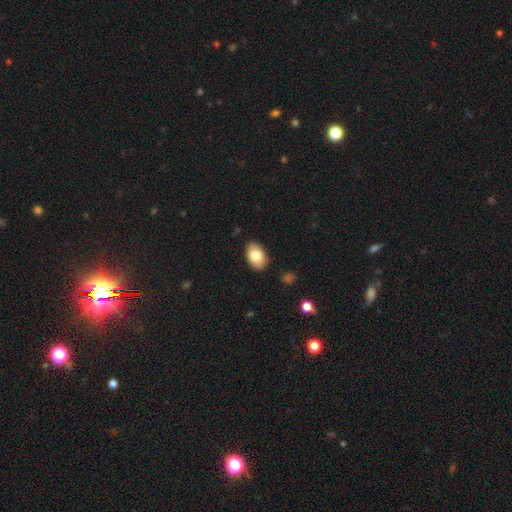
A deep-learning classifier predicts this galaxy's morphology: Smooth or featured?
  - smooth: 82% *
  - featured or disk: 11%
  - star or artifact: 7%
How rounded?
  - in between: 92% *
  - round: 7%
  - cigar-shaped: 1%
Merging?
  - none: 86% *
  - minor disturbance: 11%
  - major disturbance: 2%
  - merger: 1%